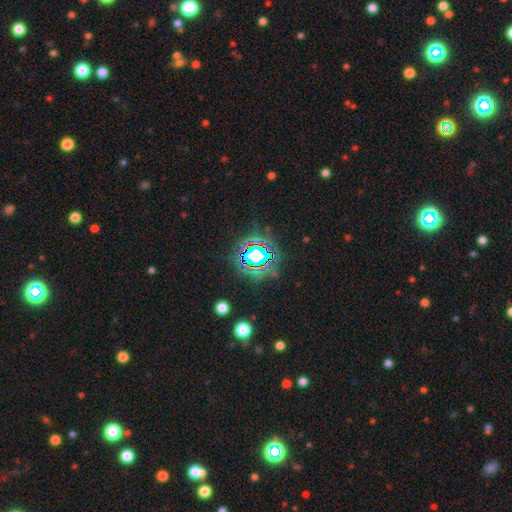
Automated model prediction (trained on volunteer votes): smooth-or-featured: star or artifact: 70% | smooth: 18% | featured or disk: 12%